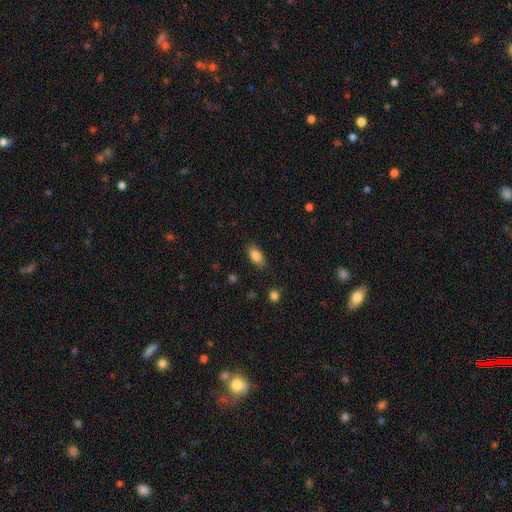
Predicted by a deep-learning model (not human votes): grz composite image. It shows a smooth galaxy with no disk features (84%) that is in between round and cigar-shaped (89%). Merging: none (84%).